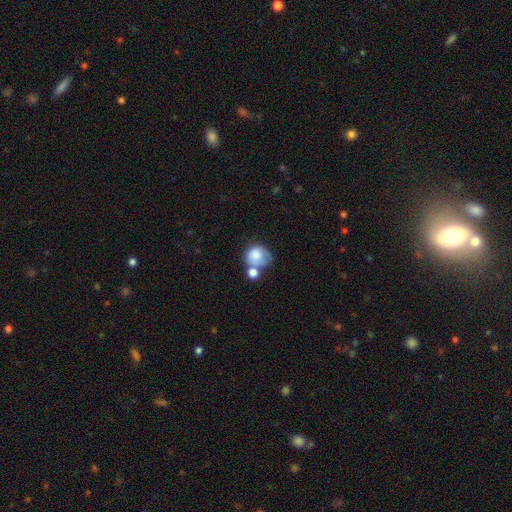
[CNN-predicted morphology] type=smooth (77%); roundness=round (74%); merging=merger (41%).